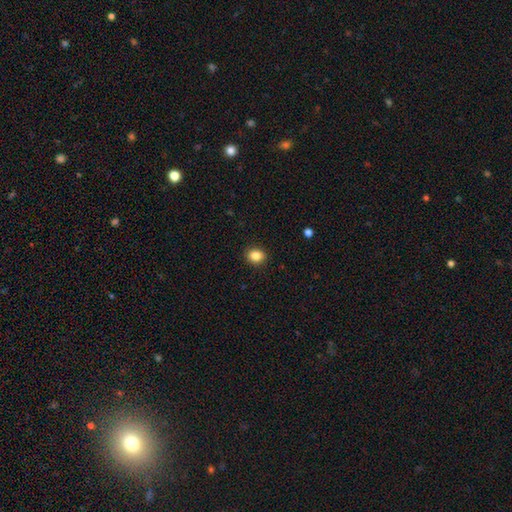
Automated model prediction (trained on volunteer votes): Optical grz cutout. It shows a smooth galaxy with no disk features (87%) that is round (57%). Merging: none (90%).